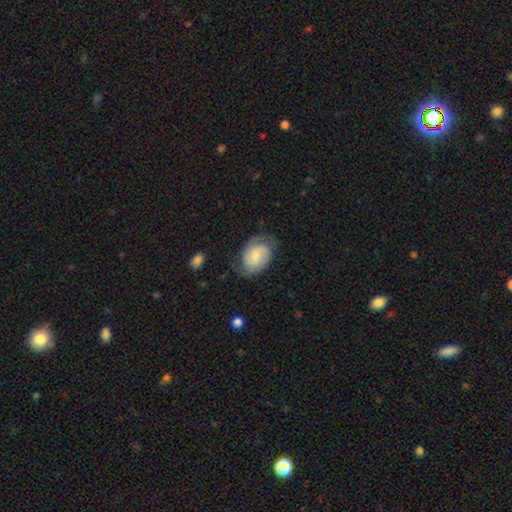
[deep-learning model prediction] This is possibly a featured or disk galaxy (47%). Merging: likely none (67%).